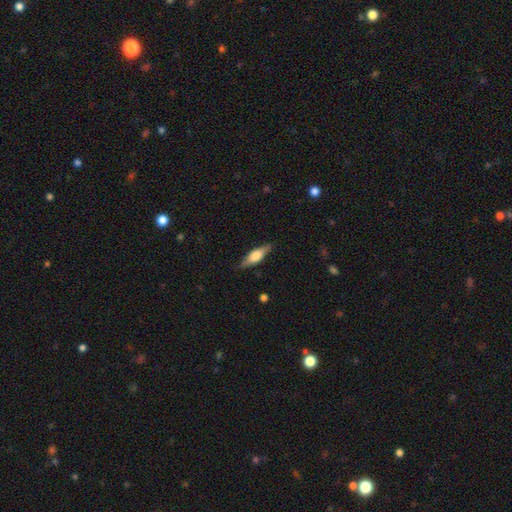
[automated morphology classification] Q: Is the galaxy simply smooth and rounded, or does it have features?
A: smooth — 49%.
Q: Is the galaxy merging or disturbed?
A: none — 84%.